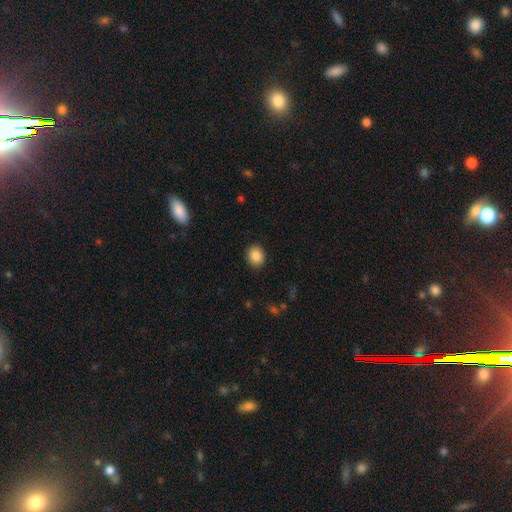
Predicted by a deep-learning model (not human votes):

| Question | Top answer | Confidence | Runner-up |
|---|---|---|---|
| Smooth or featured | smooth | 88% | star or artifact (9%) |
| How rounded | round | 65% | in between (34%) |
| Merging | none | 90% | minor disturbance (7%) |